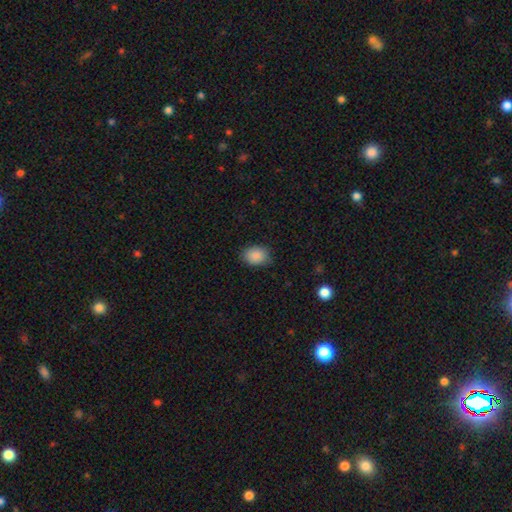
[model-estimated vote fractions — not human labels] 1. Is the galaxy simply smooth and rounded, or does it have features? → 89% smooth, 8% star or artifact, 4% featured or disk.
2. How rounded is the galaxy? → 68% in between, 31% round, 1% cigar-shaped.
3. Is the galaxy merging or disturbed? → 82% none, 14% minor disturbance, 3% major disturbance, 1% merger.